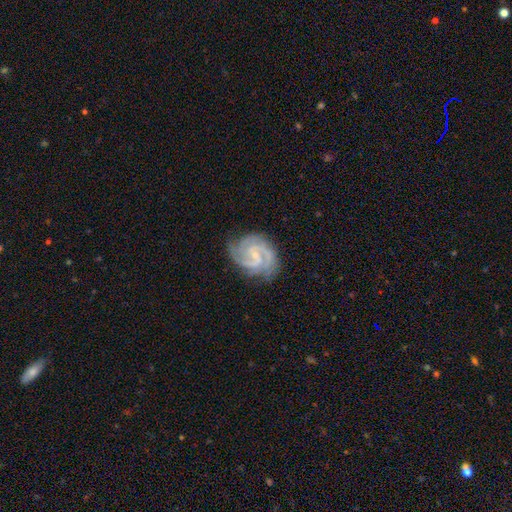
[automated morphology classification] The model was most divided on "spiral arm count": 2: 45%, 3: 30%, can't tell: 9%, 4: 7%, more than 4: 4%, 1: 4%. More confident: spiral arms — yes (98%); edge-on disk — no (98%); smooth or featured — featured or disk (91%); merging — none (76%); bulge size — small (70%); spiral winding — tight (57%); bar — weak (51%).